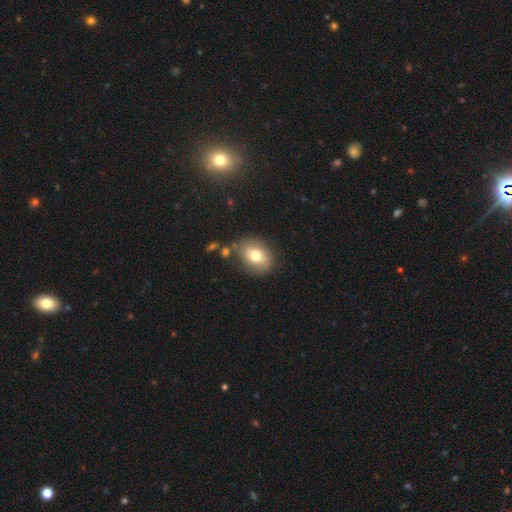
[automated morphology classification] Smooth or featured? Predicted: smooth (p=0.74). How rounded? Predicted: in between (p=0.57). Merging? Predicted: none (p=0.76).